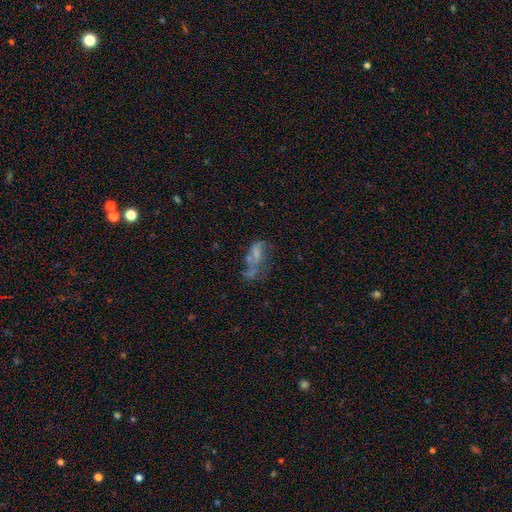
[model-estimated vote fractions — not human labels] Morphology: type=featured or disk (44%); merging=major disturbance (40%).